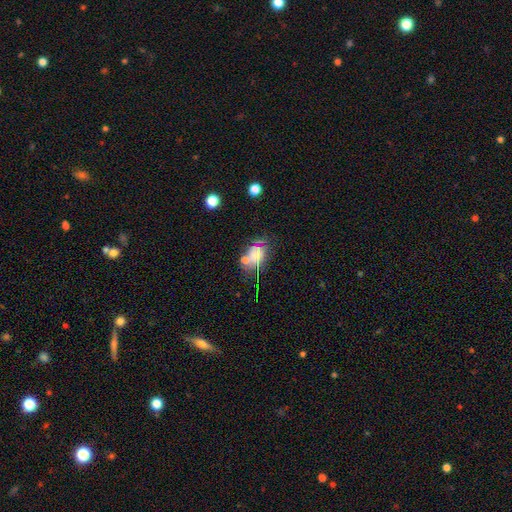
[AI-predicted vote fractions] smooth 53%, featured or disk 26%, star or artifact 20%. Down the decision tree: how rounded — in between (75%); merging — none (55%).